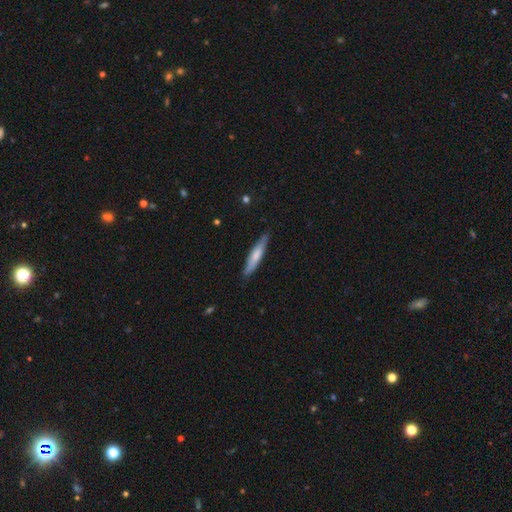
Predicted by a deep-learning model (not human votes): Smooth or featured: smooth — 65% (featured or disk — 30%)
How rounded: cigar-shaped — 88% (in between — 11%)
Merging: none — 83% (minor disturbance — 13%)